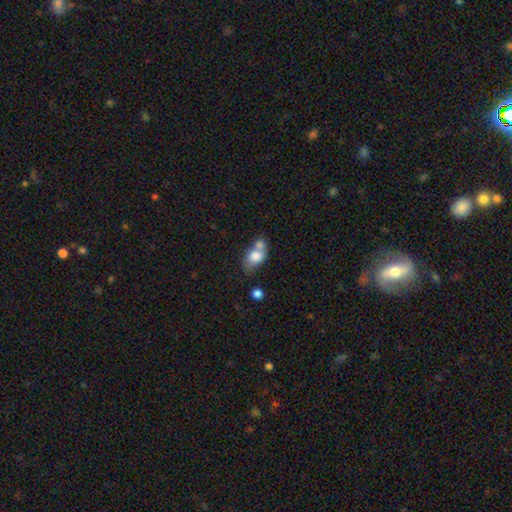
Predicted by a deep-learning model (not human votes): Smooth or featured?
  - smooth: 76% *
  - featured or disk: 16%
  - star or artifact: 8%
How rounded?
  - in between: 78% *
  - round: 20%
  - cigar-shaped: 3%
Merging?
  - merger: 52% *
  - none: 30%
  - minor disturbance: 13%
  - major disturbance: 6%